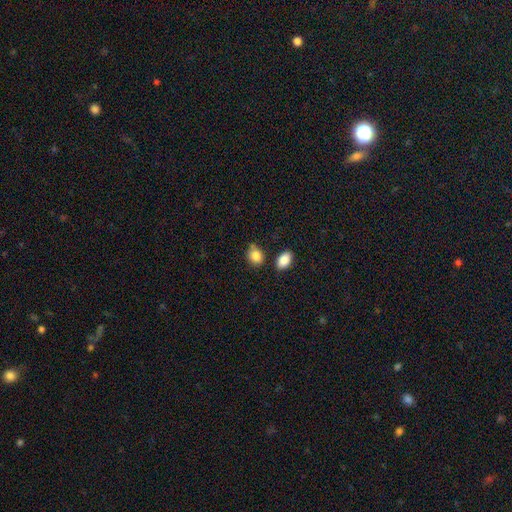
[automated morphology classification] Overall: smooth (86%). How rounded: in between (53%; round 46%). Merging: none (67%).